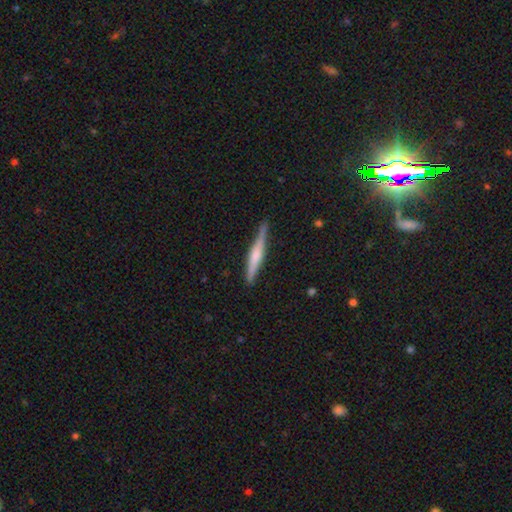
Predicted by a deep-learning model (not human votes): smooth-or-featured: featured or disk: 59% | smooth: 35% | star or artifact: 6%
  disk-edge-on: yes: 97% | no: 3%
    edge-on-bulge: rounded: 60% | boxy: 21% | none: 19%
  merging: none: 85% | minor disturbance: 12% | major disturbance: 2% | merger: 1%